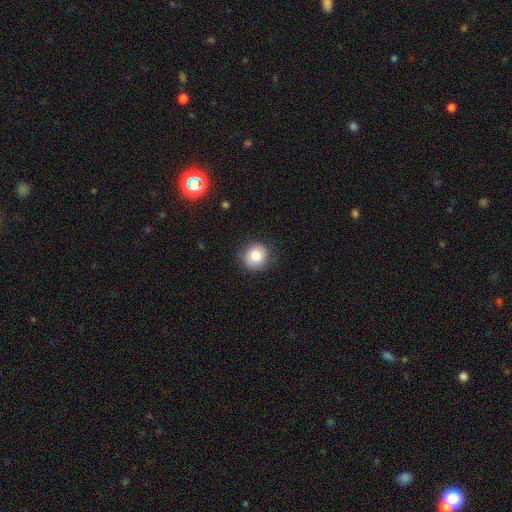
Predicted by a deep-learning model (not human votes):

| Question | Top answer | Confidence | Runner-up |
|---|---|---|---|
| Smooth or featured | smooth | 81% | star or artifact (9%) |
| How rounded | round | 86% | in between (14%) |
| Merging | none | 87% | minor disturbance (10%) |